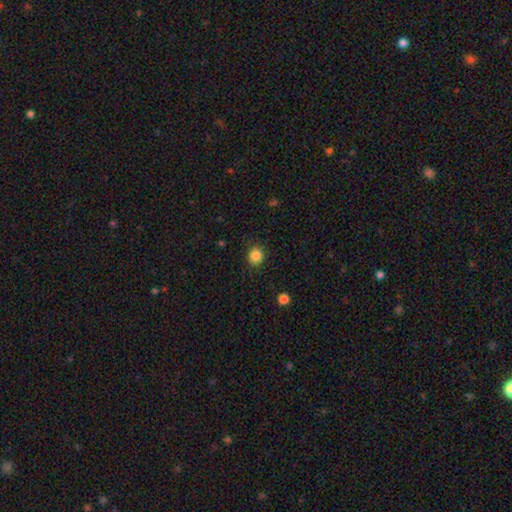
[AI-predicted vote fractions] Morphology: type=smooth (85%); roundness=round (85%); merging=none (88%).